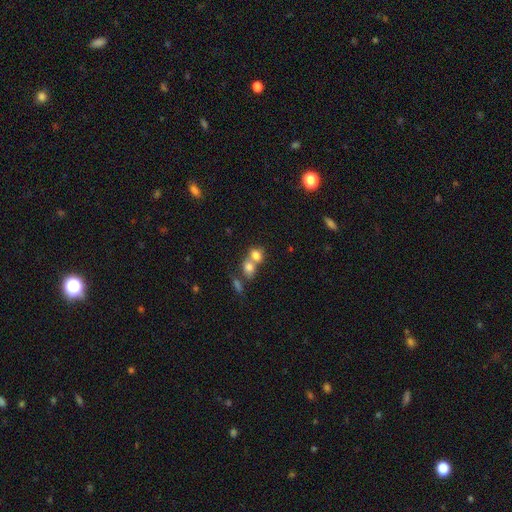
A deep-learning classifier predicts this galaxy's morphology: type=smooth (77%); roundness=round (52%); merging=merger (63%).